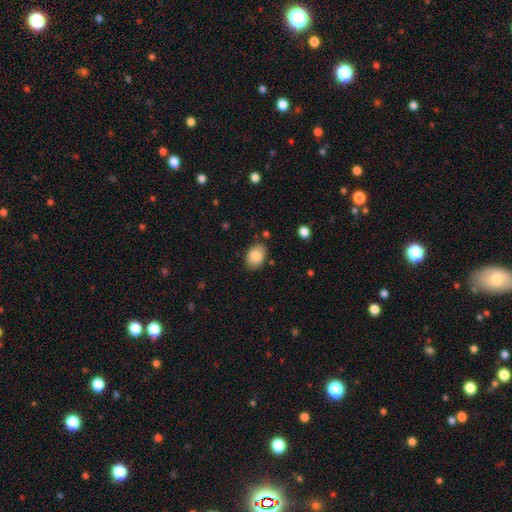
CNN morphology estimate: smooth_or_featured: smooth (p=0.87) [alt: star or artifact p=0.07]
how_rounded: in between (p=0.79) [alt: round p=0.20]
merging: none (p=0.82) [alt: minor disturbance p=0.13]